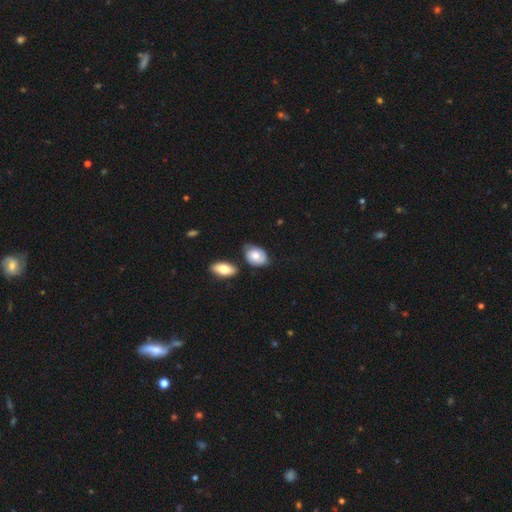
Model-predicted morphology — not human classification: The model was most divided on "merging": none: 56%, minor disturbance: 26%, merger: 11%, major disturbance: 7%. More confident: how rounded — in between (78%); smooth or featured — smooth (66%).